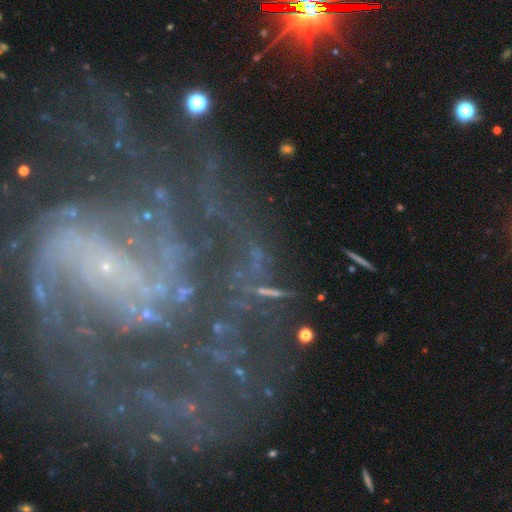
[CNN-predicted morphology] Smooth or featured? Predicted: featured or disk (p=0.62). Edge-on disk? Predicted: no (p=0.94). Bar? Predicted: no (p=0.55). Spiral arms? Predicted: yes (p=0.84). Bulge size? Predicted: small (p=0.63). Merging? Predicted: none (p=0.61).